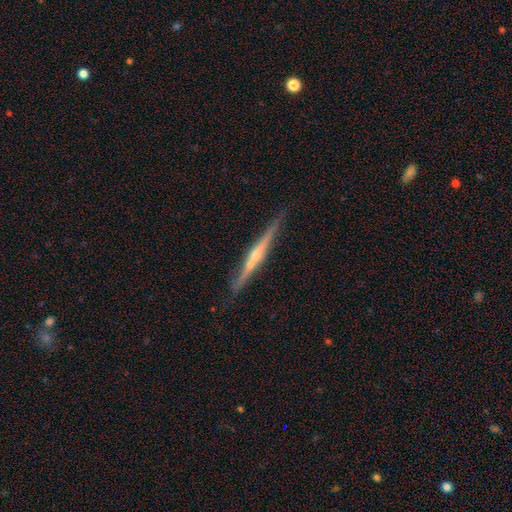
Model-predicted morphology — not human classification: Smooth or featured? featured or disk (78%)
Edge-on disk? yes (98%)
Edge-on bulge? rounded (76%)
Merging? none (82%)